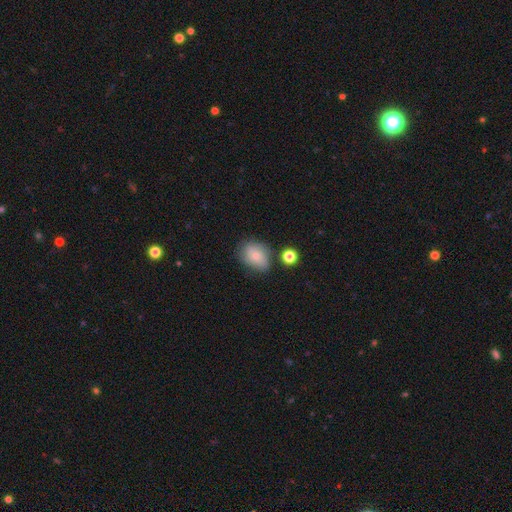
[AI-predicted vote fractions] A smooth galaxy with no disk features (74%) that is in between round and cigar-shaped (67%).

Vote fractions:
- Smooth or featured? smooth: 74% / featured or disk: 18% / star or artifact: 9%
- How rounded? in between: 67% / round: 32% / cigar-shaped: 1%
- Merging? none: 65% / minor disturbance: 23% / major disturbance: 6% / merger: 6%